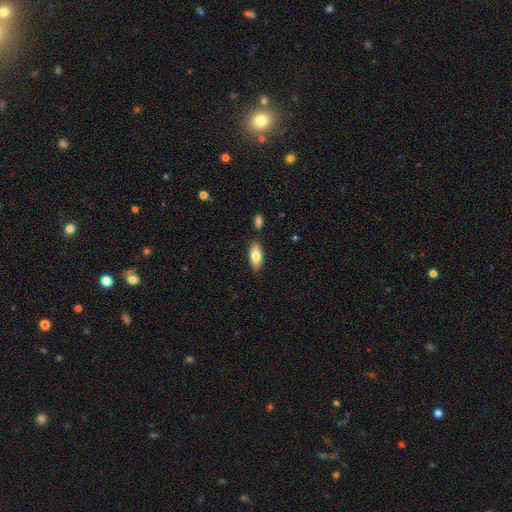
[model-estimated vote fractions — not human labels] Q: Smooth or featured?
A: smooth (77%); runner-up: featured or disk (17%)
Q: How rounded?
A: in between (85%); runner-up: cigar-shaped (13%)
Q: Merging?
A: none (82%); runner-up: minor disturbance (10%)